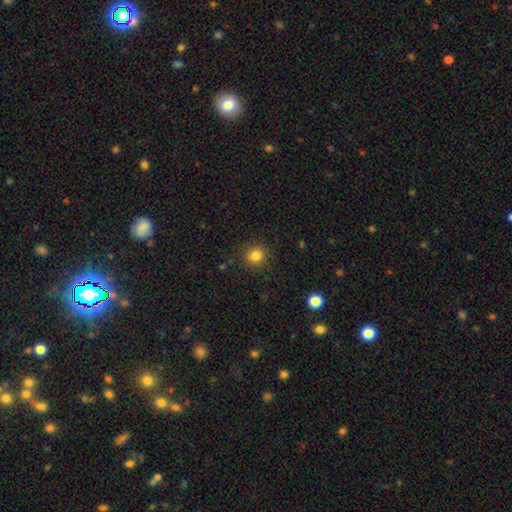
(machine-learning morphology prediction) Smooth or featured?
  - smooth: 83% *
  - star or artifact: 12%
  - featured or disk: 5%
How rounded?
  - round: 88% *
  - in between: 11%
  - cigar-shaped: 1%
Merging?
  - none: 90% *
  - minor disturbance: 7%
  - major disturbance: 2%
  - merger: 1%